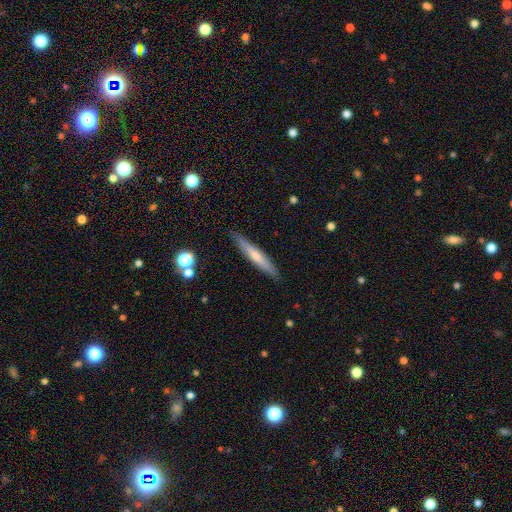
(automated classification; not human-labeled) Smooth or featured? smooth (52%)
How rounded? cigar-shaped (94%)
Merging? none (89%)